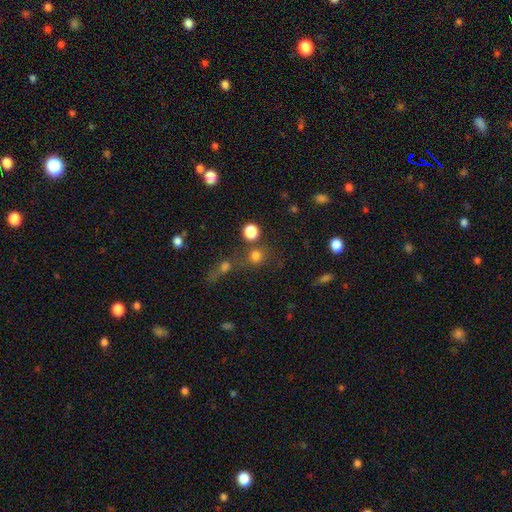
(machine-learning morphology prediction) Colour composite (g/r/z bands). It shows a smooth galaxy with no disk features (76%) that is round (88%). Merging: none (63%).